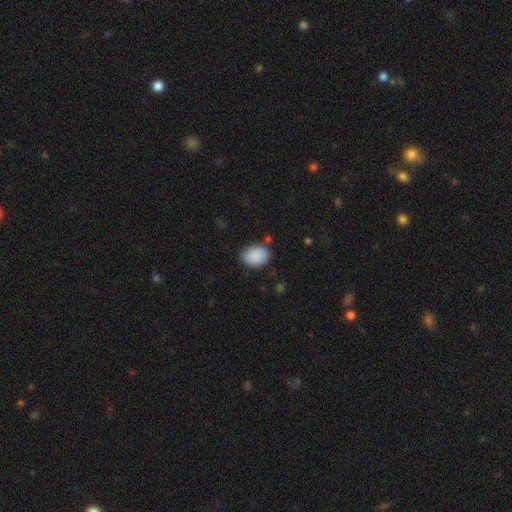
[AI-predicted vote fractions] Smooth or featured? Predicted: smooth (p=0.90). How rounded? Predicted: in between (p=0.74). Merging? Predicted: none (p=0.82).